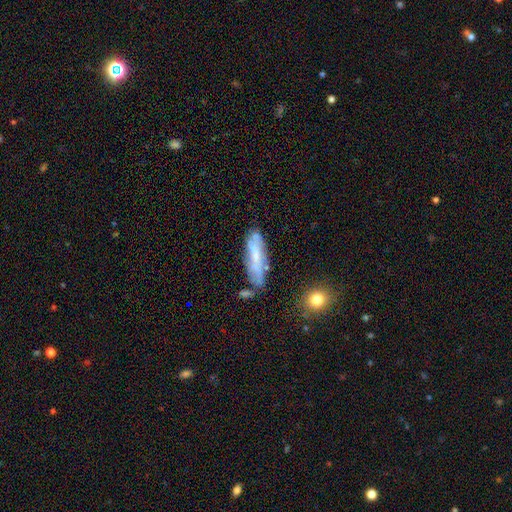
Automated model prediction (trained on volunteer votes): Smooth or featured? Predicted: featured or disk (p=0.46). Merging? Predicted: none (p=0.59).